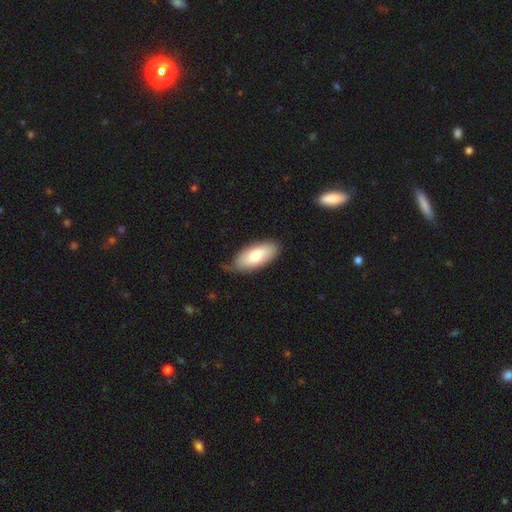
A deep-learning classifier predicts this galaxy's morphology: This is likely a smooth galaxy (75%). How rounded: clearly in between (90%). Merging: likely none (65%).